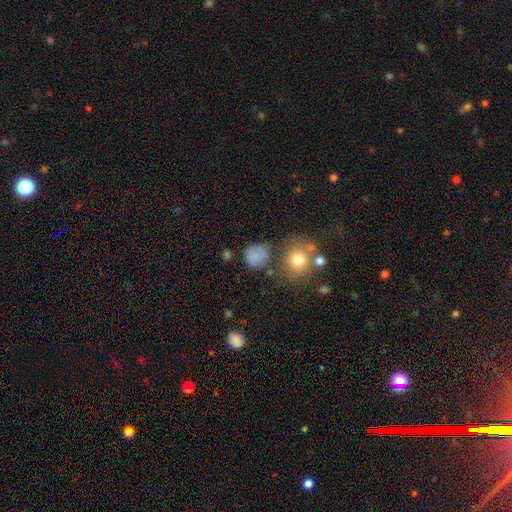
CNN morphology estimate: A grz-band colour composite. It shows a smooth galaxy with no disk features (78%) that is round (85%). Merging: none (66%).